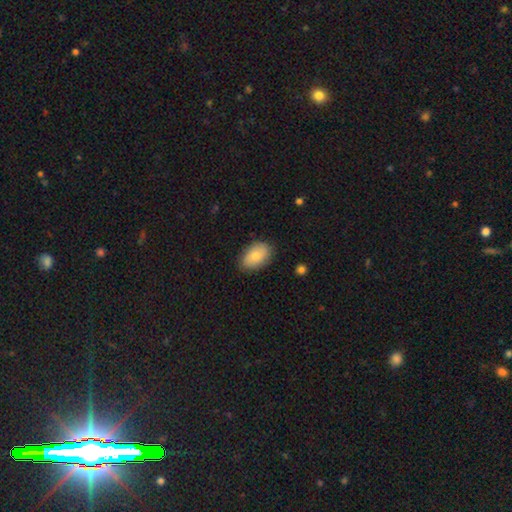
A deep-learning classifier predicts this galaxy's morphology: A smooth galaxy with no disk features (80%) that is in between round and cigar-shaped (89%).

Vote fractions:
- Smooth or featured? smooth: 80% / featured or disk: 13% / star or artifact: 6%
- How rounded? in between: 89% / round: 10% / cigar-shaped: 1%
- Merging? none: 83% / minor disturbance: 13% / major disturbance: 3% / merger: 1%